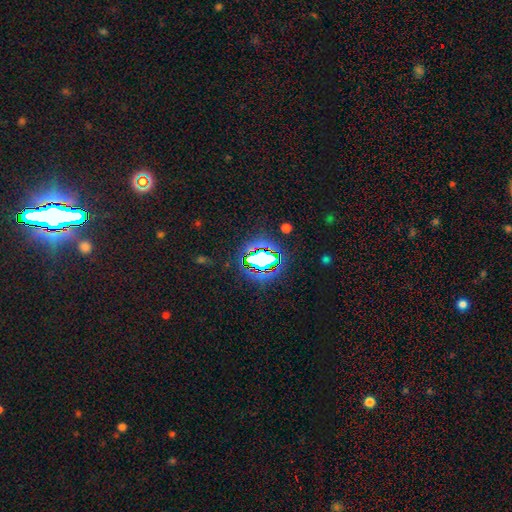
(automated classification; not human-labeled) Smooth or featured? star or artifact (64%)